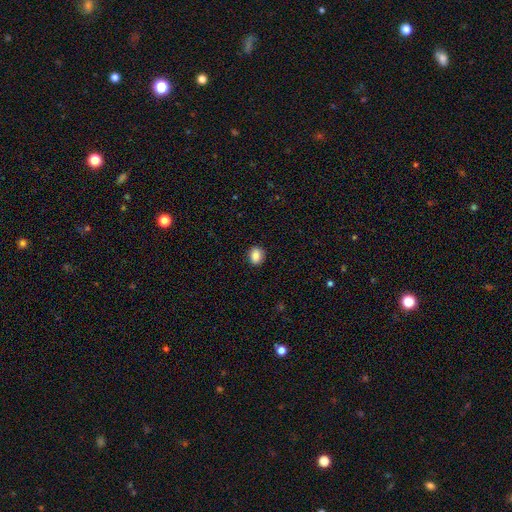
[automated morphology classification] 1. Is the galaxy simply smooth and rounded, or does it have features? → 86% smooth, 9% star or artifact, 5% featured or disk.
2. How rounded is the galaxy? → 51% round, 48% in between, 1% cigar-shaped.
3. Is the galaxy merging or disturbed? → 89% none, 8% minor disturbance, 2% major disturbance, 1% merger.